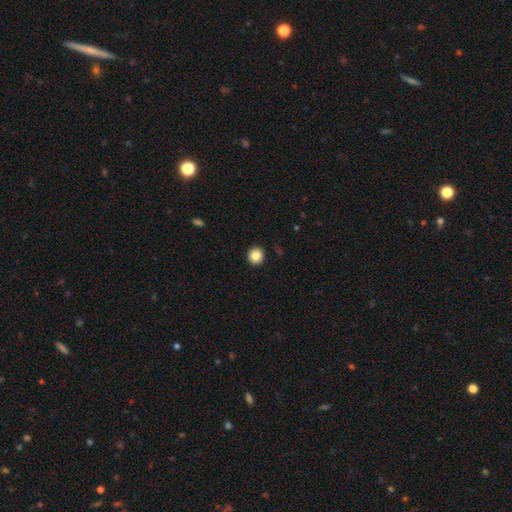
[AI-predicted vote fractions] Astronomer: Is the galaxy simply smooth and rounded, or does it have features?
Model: smooth — 85%.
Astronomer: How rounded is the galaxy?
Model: round — 92%.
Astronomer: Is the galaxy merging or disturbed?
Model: none — 93%.